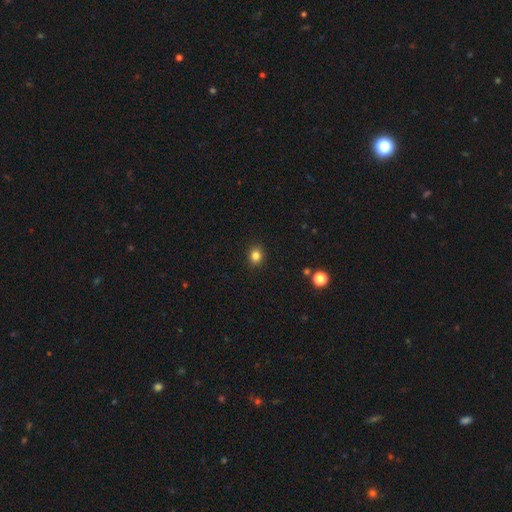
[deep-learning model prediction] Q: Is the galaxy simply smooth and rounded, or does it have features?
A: smooth — 83%.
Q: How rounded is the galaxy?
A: round — 67%.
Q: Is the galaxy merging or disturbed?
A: none — 90%.